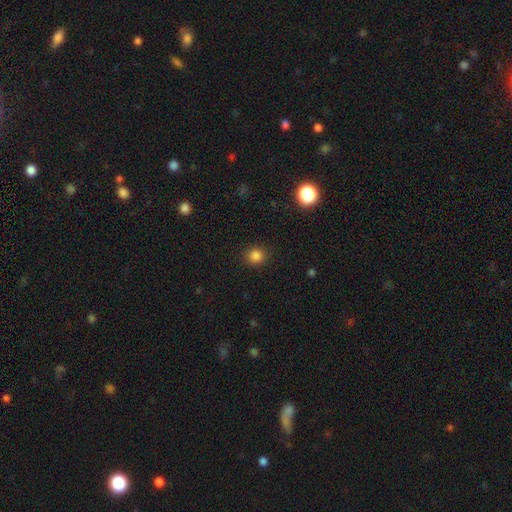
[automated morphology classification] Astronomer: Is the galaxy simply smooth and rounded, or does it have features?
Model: smooth — 84%.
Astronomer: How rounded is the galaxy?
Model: round — 89%.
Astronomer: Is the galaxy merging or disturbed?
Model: none — 89%.